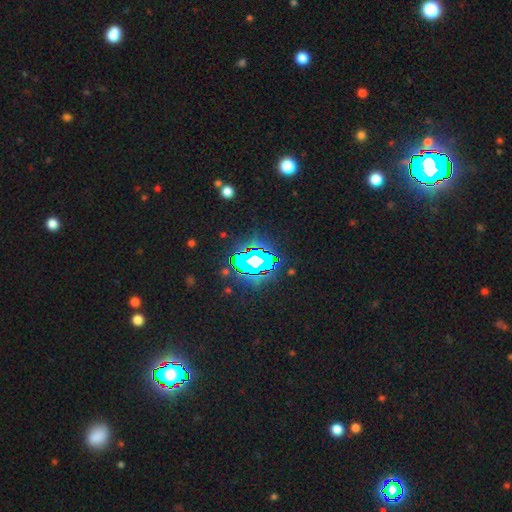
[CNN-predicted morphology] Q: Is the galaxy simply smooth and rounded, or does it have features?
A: star or artifact — 72%.